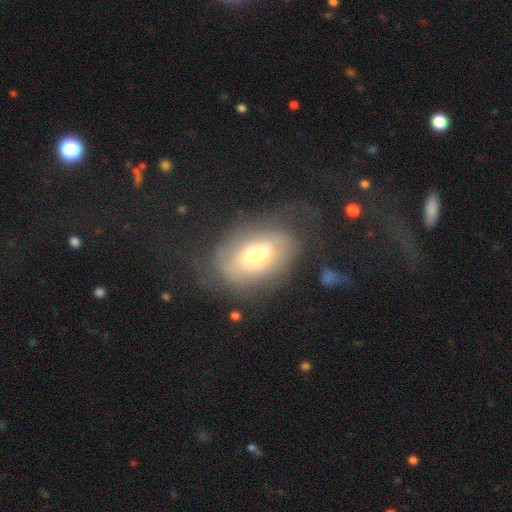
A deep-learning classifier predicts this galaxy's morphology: type=smooth (48%); merging=none (50%).